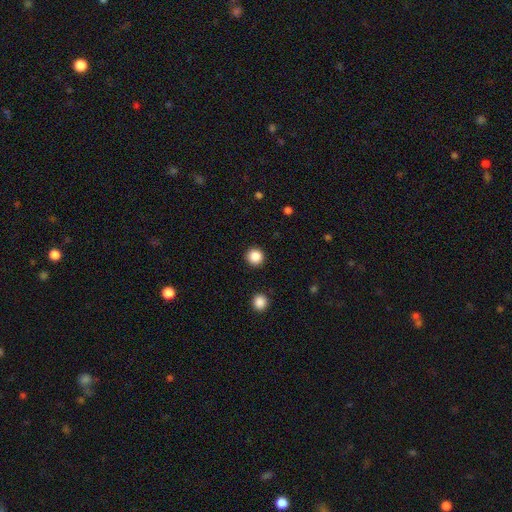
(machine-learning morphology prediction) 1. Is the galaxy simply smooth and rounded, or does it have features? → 86% smooth, 11% star or artifact, 3% featured or disk.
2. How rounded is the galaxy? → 94% round, 5% in between, 1% cigar-shaped.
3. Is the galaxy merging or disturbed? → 92% none, 5% minor disturbance, 2% major disturbance, 1% merger.